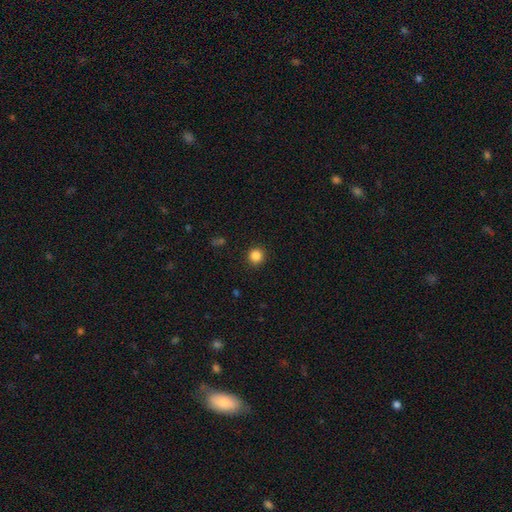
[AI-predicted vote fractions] Smooth or featured?
  - smooth: 85% *
  - star or artifact: 11%
  - featured or disk: 4%
How rounded?
  - round: 94% *
  - in between: 5%
  - cigar-shaped: 1%
Merging?
  - none: 92% *
  - minor disturbance: 5%
  - major disturbance: 2%
  - merger: 1%